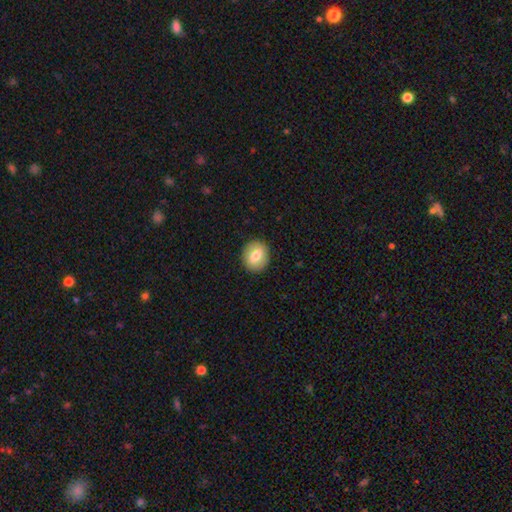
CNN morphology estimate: Q: Smooth or featured?
A: smooth (73%); runner-up: featured or disk (19%)
Q: How rounded?
A: round (69%); runner-up: in between (30%)
Q: Merging?
A: none (90%); runner-up: minor disturbance (7%)